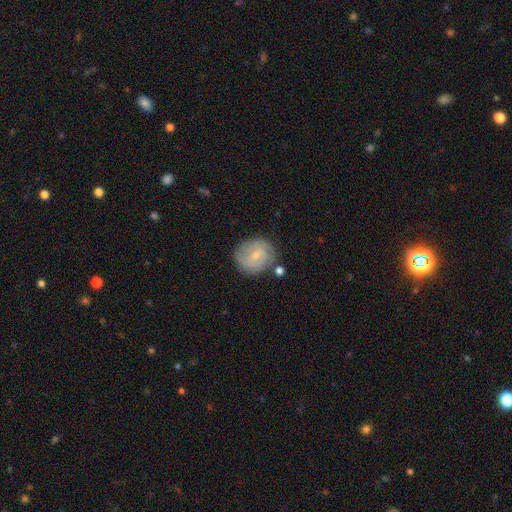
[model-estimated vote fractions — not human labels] Smooth or featured: featured or disk — 52% (smooth — 40%)
Edge-on disk: no — 97% (yes — 3%)
Bar: no — 48% (weak — 43%)
Spiral arms: yes — 77% (no — 23%)
Bulge size: small — 75% (moderate — 21%)
Merging: none — 71% (minor disturbance — 17%)